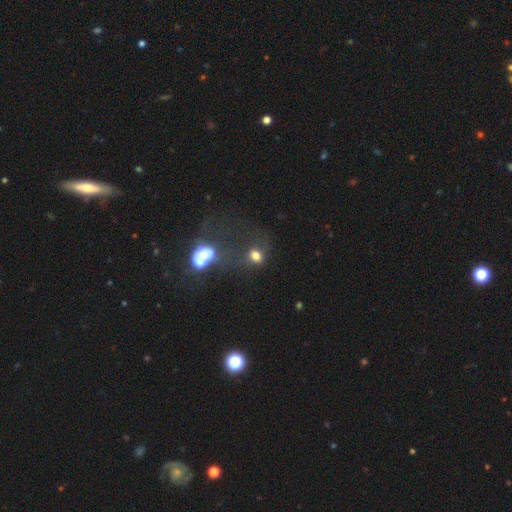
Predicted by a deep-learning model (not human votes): Smooth or featured?
  - smooth: 72% *
  - featured or disk: 15%
  - star or artifact: 14%
How rounded?
  - in between: 50% *
  - round: 48%
  - cigar-shaped: 2%
Merging?
  - none: 34% *
  - merger: 33%
  - major disturbance: 19%
  - minor disturbance: 14%